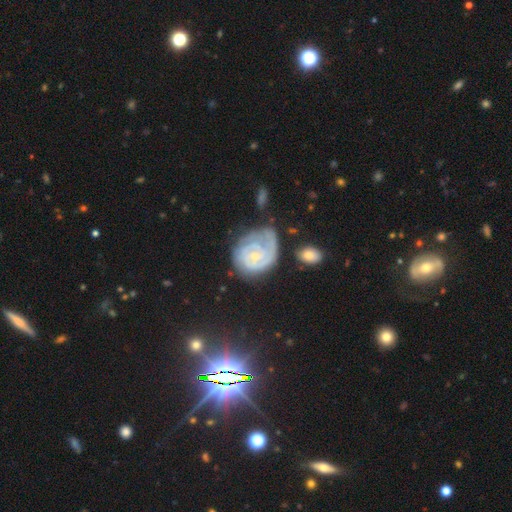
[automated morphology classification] Q: Smooth or featured?
A: featured or disk (84%); runner-up: smooth (10%)
Q: Edge-on disk?
A: no (98%); runner-up: yes (2%)
Q: Bar?
A: no (56%); runner-up: weak (37%)
Q: Spiral arms?
A: yes (95%); runner-up: no (5%)
Q: Spiral winding?
A: tight (75%); runner-up: medium (21%)
Q: Spiral arm count?
A: 2 (40%); runner-up: can't tell (27%)
Q: Bulge size?
A: small (72%); runner-up: moderate (22%)
Q: Merging?
A: none (50%); runner-up: minor disturbance (28%)